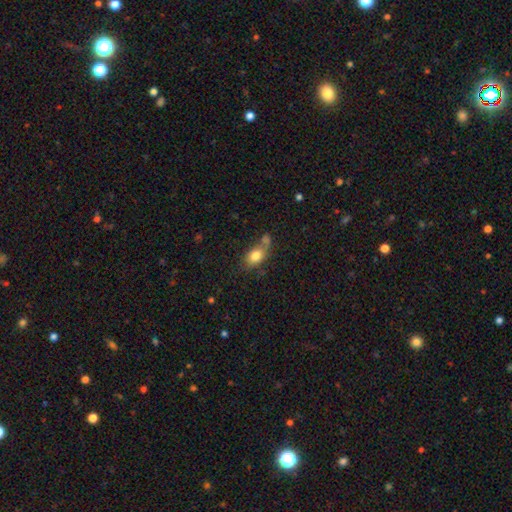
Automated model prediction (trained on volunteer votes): smooth 79%, featured or disk 12%, star or artifact 8%. Down the decision tree: how rounded — in between (79%); merging — none (44%).